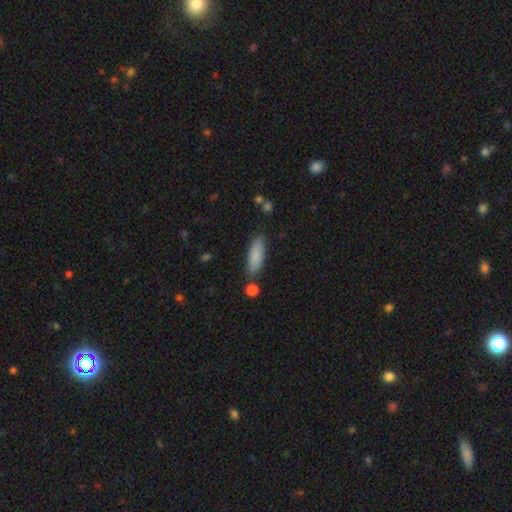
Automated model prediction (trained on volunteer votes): Smooth or featured? Predicted: smooth (p=0.86). How rounded? Predicted: in between (p=0.57). Merging? Predicted: none (p=0.80).